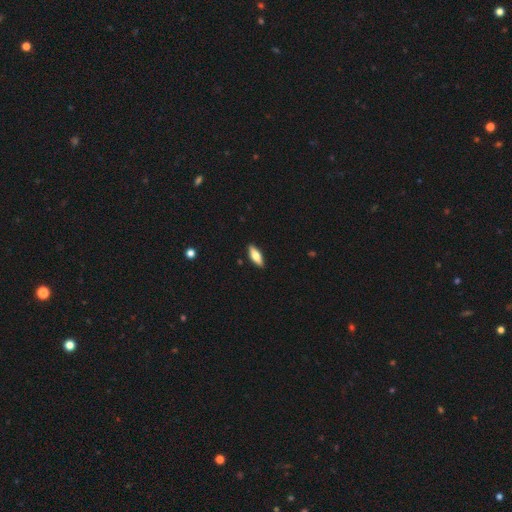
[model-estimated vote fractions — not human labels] The model was most divided on "how rounded": in between: 65%, cigar-shaped: 33%, round: 2%. More confident: merging — none (90%); smooth or featured — smooth (66%).